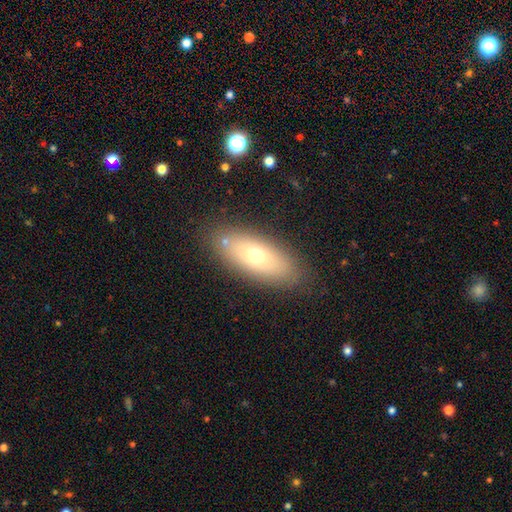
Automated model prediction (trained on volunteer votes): Smooth or featured? Predicted: smooth (p=0.65). How rounded? Predicted: in between (p=0.76). Merging? Predicted: none (p=0.84).